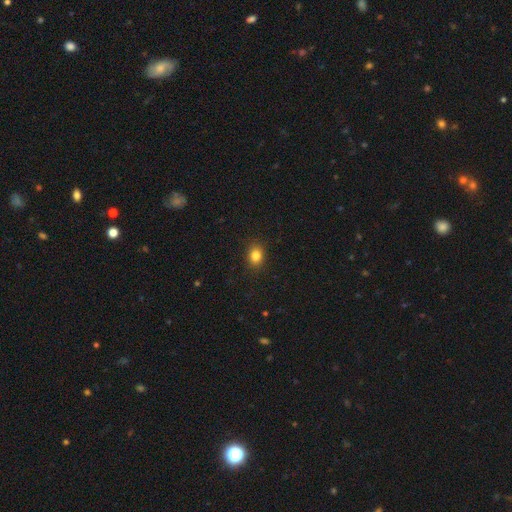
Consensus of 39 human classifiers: smooth-or-featured: smooth: 87% | star or artifact: 10% | featured or disk: 3%
  how-rounded: round: 68% | in between: 32% | cigar-shaped: 0%
  merging: none: 89% | minor disturbance: 11% | major disturbance: 0% | merger: 0%